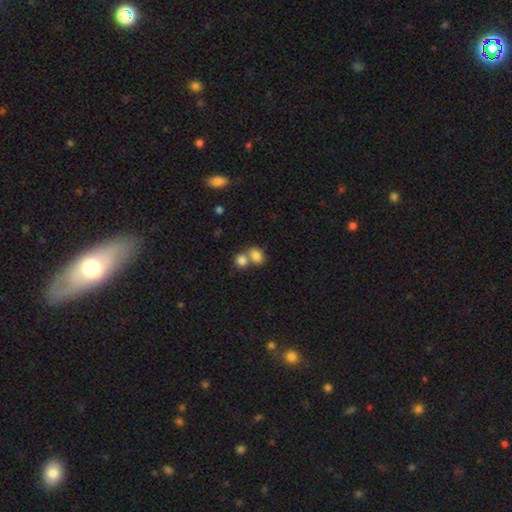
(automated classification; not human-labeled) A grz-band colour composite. It shows a smooth galaxy with no disk features (82%) that is in between round and cigar-shaped (57%). Merging: merger (53%).